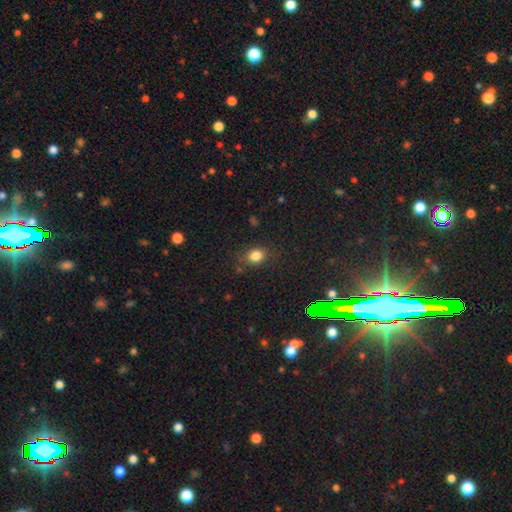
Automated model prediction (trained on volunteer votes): Overall: smooth (80%). How rounded: round (65%; in between 34%). Merging: none (78%).